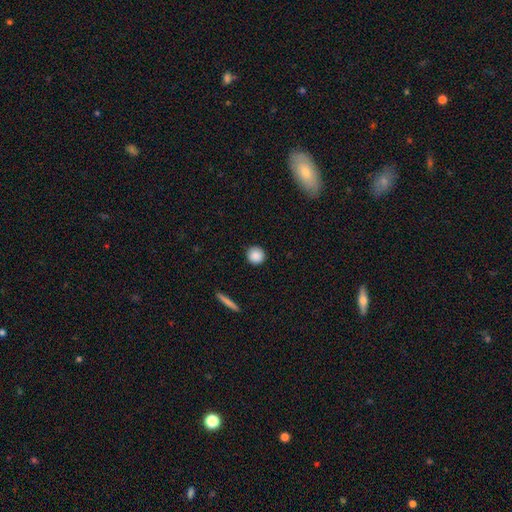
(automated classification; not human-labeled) A smooth galaxy with no disk features (88%) that is round (95%).

Vote fractions:
- Smooth or featured? smooth: 88% / star or artifact: 8% / featured or disk: 4%
- How rounded? round: 95% / in between: 4% / cigar-shaped: 1%
- Merging? none: 92% / minor disturbance: 5% / major disturbance: 2% / merger: 1%